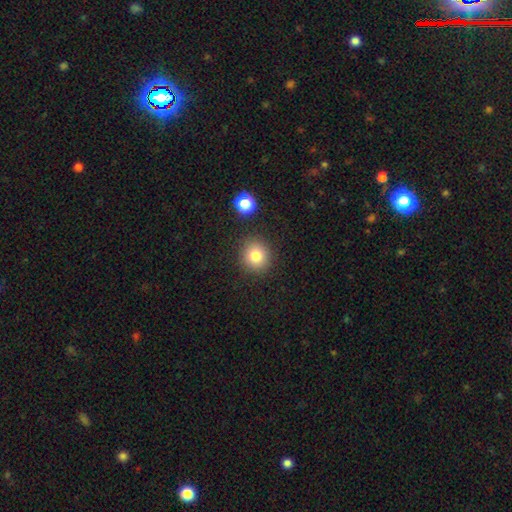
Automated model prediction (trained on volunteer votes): Smooth or featured: smooth — 81% (star or artifact — 11%)
How rounded: round — 87% (in between — 12%)
Merging: none — 86% (minor disturbance — 8%)